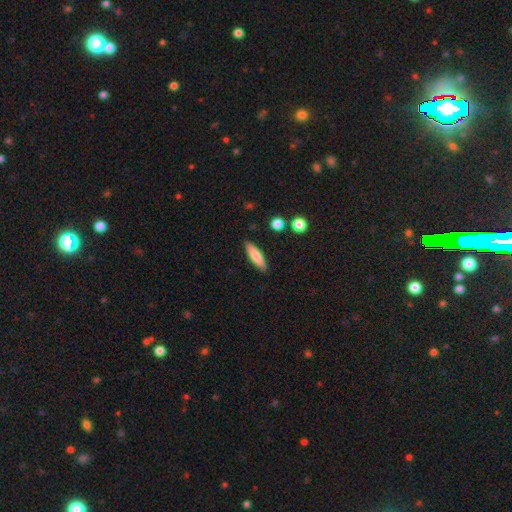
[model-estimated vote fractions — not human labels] Smooth or featured: smooth — 77% (featured or disk — 17%)
How rounded: cigar-shaped — 62% (in between — 36%)
Merging: none — 88% (minor disturbance — 9%)